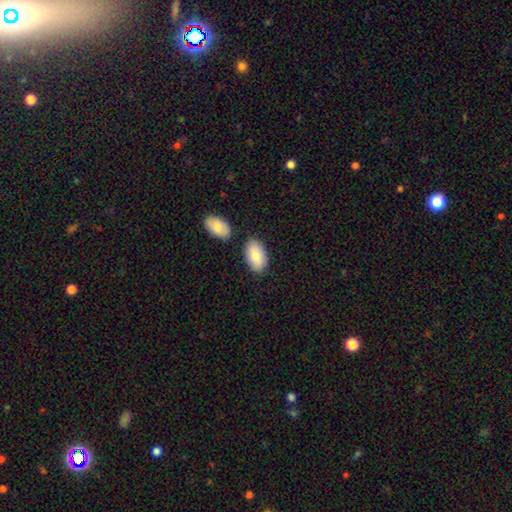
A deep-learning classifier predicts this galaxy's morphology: A smooth galaxy with no disk features (82%) that is in between round and cigar-shaped (94%).

Vote fractions:
- Smooth or featured? smooth: 82% / featured or disk: 12% / star or artifact: 6%
- How rounded? in between: 94% / round: 4% / cigar-shaped: 2%
- Merging? none: 77% / minor disturbance: 12% / merger: 8% / major disturbance: 3%